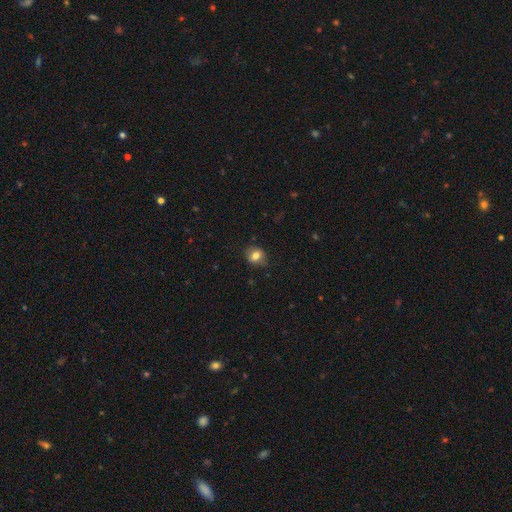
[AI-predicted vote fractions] smooth-or-featured: smooth: 76% | featured or disk: 13% | star or artifact: 11%
  how-rounded: round: 65% | in between: 34% | cigar-shaped: 1%
  merging: none: 78% | minor disturbance: 17% | major disturbance: 4% | merger: 1%